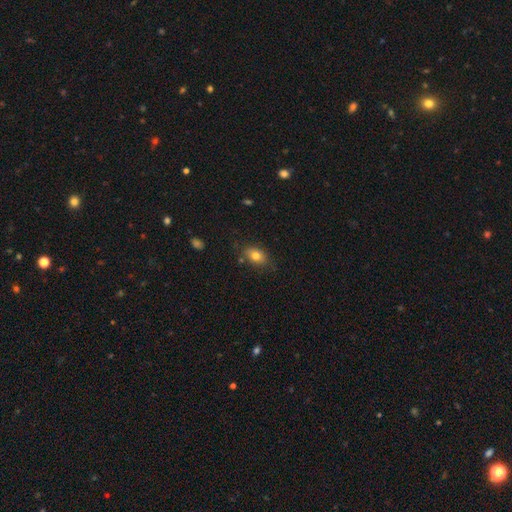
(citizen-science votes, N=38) A smooth galaxy with no disk features (84%) that is in between round and cigar-shaped (75%).

Vote fractions:
- Smooth or featured? smooth: 84% / featured or disk: 8% / star or artifact: 8%
- How rounded? in between: 75% / round: 22% / cigar-shaped: 3%
- Merging? none: 74% / minor disturbance: 20% / major disturbance: 3% / merger: 3%